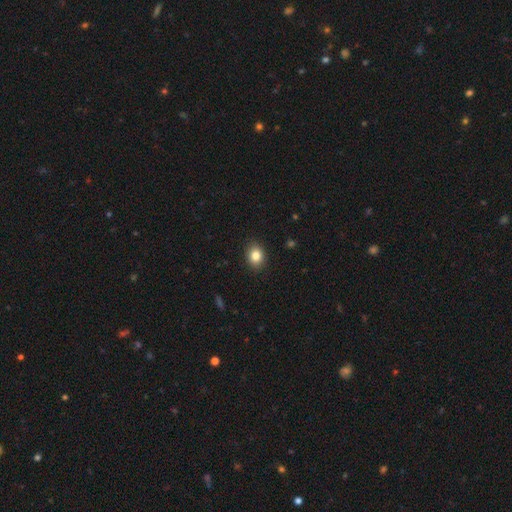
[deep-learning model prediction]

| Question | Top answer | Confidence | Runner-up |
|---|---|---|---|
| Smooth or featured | smooth | 83% | star or artifact (10%) |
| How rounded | in between | 54% | round (45%) |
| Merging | none | 90% | minor disturbance (8%) |